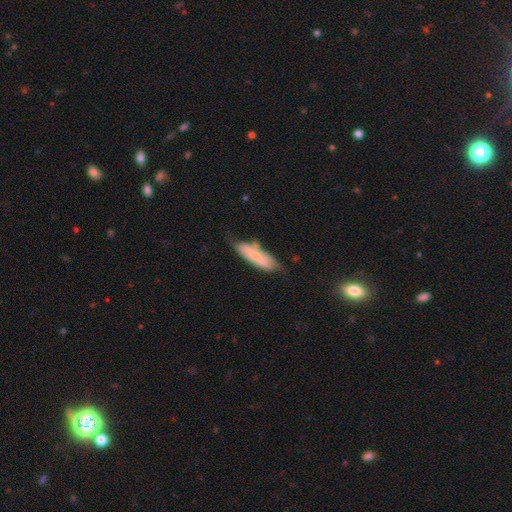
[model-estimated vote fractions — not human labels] A smooth galaxy with no disk features (68%) that is cigar-shaped (61%).

Vote fractions:
- Smooth or featured? smooth: 68% / featured or disk: 25% / star or artifact: 7%
- How rounded? cigar-shaped: 61% / in between: 37% / round: 2%
- Merging? none: 53% / minor disturbance: 32% / major disturbance: 9% / merger: 6%